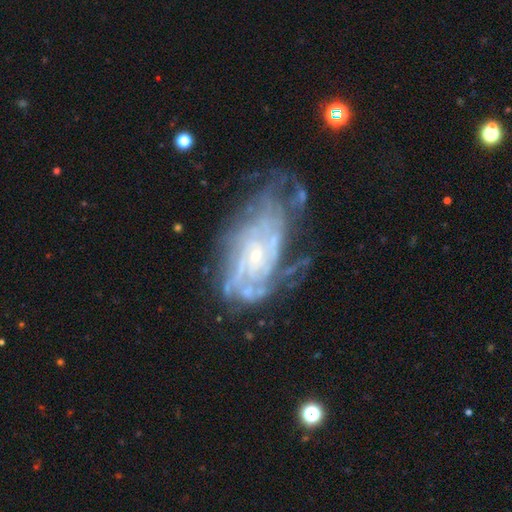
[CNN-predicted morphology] This is clearly a featured or disk galaxy (84%). It is clearly not viewed edge-on (95%). Bar: likely no (70%). Spiral arm pattern: clearly yes (90%). Spiral arm count: possibly can't tell (47%). Spiral winding: likely tight (67%). Central bulge: clearly small (81%). Merging: possibly none (49%).